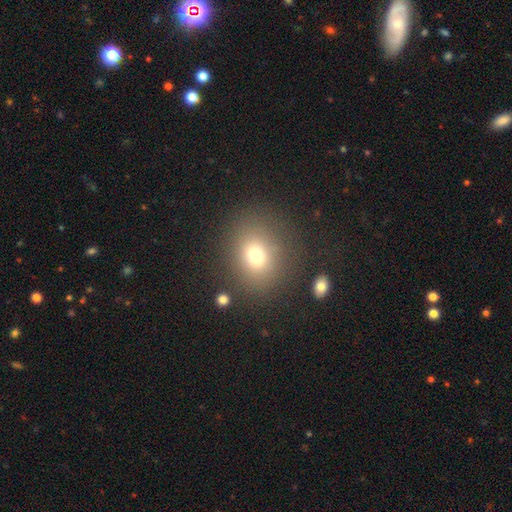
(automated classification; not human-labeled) smooth 72%, star or artifact 16%, featured or disk 12%. Down the decision tree: how rounded — round (61%); merging — none (78%).